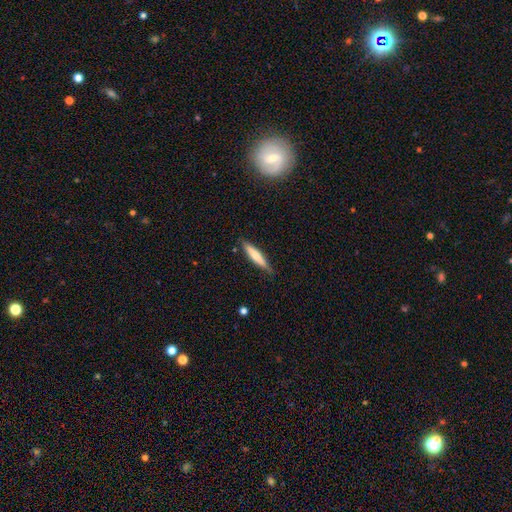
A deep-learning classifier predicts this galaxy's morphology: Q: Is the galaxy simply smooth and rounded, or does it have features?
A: smooth — 64%.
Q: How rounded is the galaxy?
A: cigar-shaped — 88%.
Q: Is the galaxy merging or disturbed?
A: none — 83%.